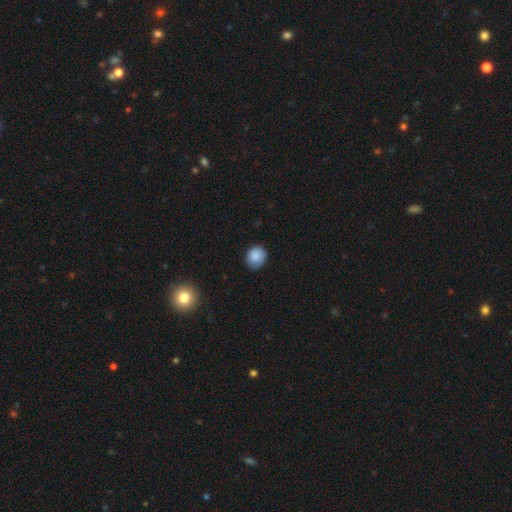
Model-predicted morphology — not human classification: Overall: smooth (83%). How rounded: round (64%; in between 35%). Merging: none (71%).